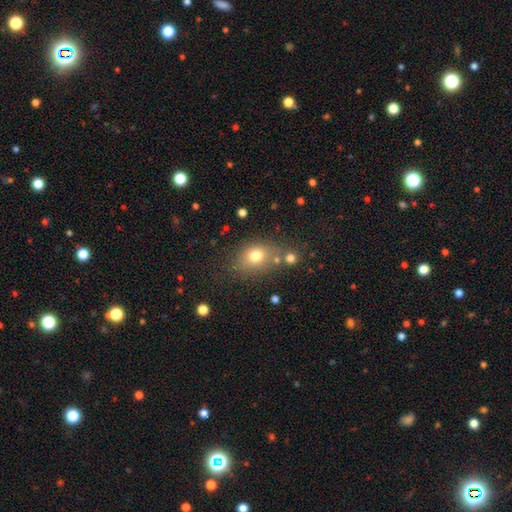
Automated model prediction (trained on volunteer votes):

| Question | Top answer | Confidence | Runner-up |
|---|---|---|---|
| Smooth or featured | smooth | 73% | star or artifact (14%) |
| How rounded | in between | 58% | round (40%) |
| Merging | none | 64% | minor disturbance (15%) |